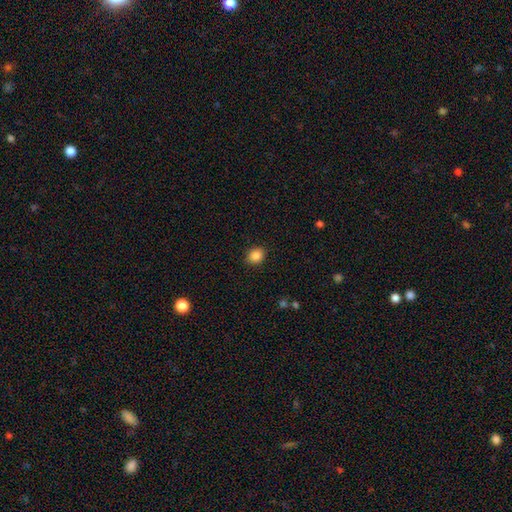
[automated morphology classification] This is clearly a smooth galaxy (86%). How rounded: likely round (63%). Merging: clearly none (89%).